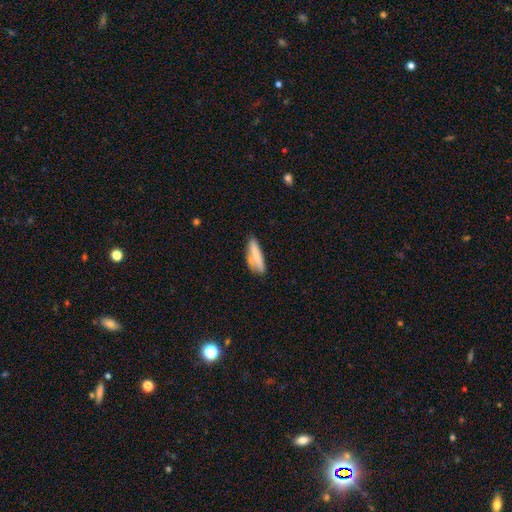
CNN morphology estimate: Smooth or featured? smooth (73%)
How rounded? cigar-shaped (65%)
Merging? none (56%)